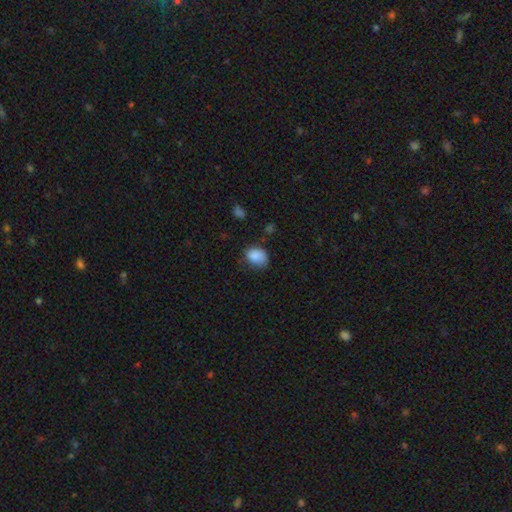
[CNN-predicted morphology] This is clearly a smooth galaxy (84%). How rounded: likely in between (62%). Merging: possibly none (59%).